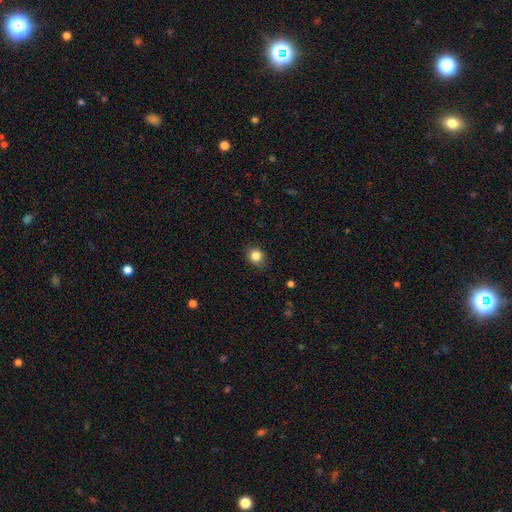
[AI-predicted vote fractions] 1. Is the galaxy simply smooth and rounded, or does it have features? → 84% smooth, 11% star or artifact, 5% featured or disk.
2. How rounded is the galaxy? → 78% round, 21% in between, 1% cigar-shaped.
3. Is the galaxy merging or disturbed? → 85% none, 11% minor disturbance, 3% major disturbance, 1% merger.